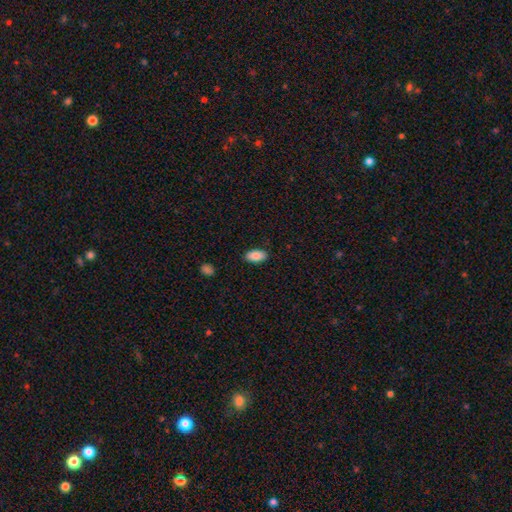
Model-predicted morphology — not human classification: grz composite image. It shows a smooth galaxy with no disk features (86%) that is in between round and cigar-shaped (93%). Merging: none (88%).